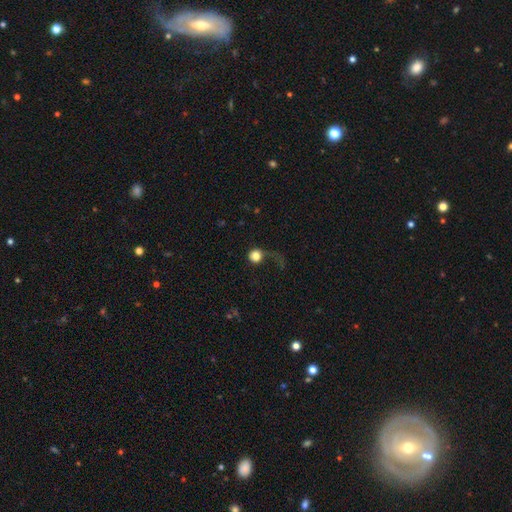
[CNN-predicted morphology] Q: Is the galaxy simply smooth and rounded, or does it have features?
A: smooth — 75%.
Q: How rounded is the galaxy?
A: round — 89%.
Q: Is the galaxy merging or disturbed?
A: major disturbance — 47%.